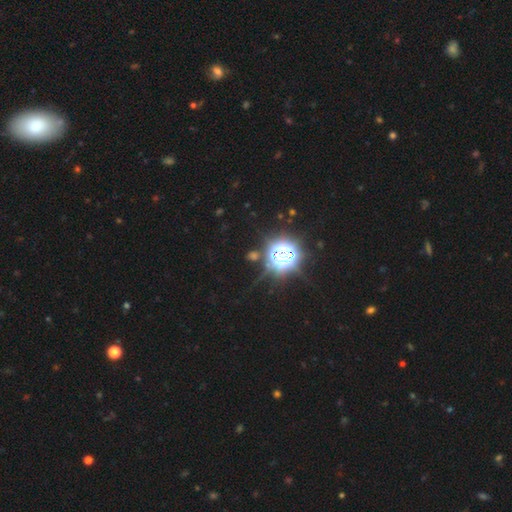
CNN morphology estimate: type=star or artifact (76%).